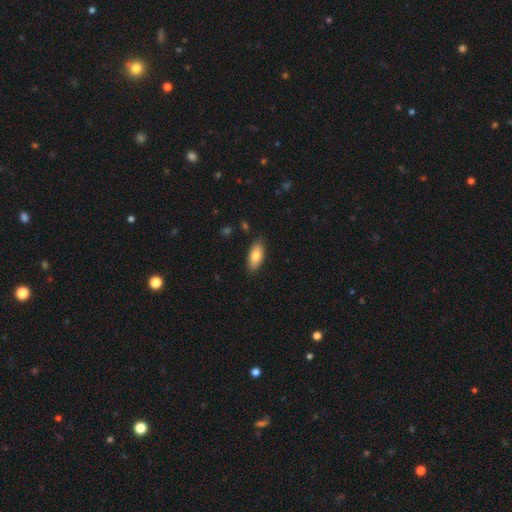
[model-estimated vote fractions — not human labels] Morphology: type=smooth (82%); roundness=in between (87%); merging=none (85%).